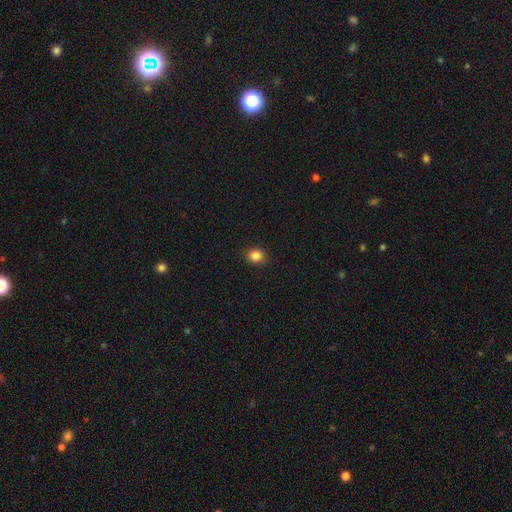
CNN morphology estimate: smooth-or-featured: smooth: 85% | star or artifact: 11% | featured or disk: 4%
  how-rounded: round: 65% | in between: 34% | cigar-shaped: 1%
  merging: none: 89% | minor disturbance: 8% | major disturbance: 2% | merger: 1%